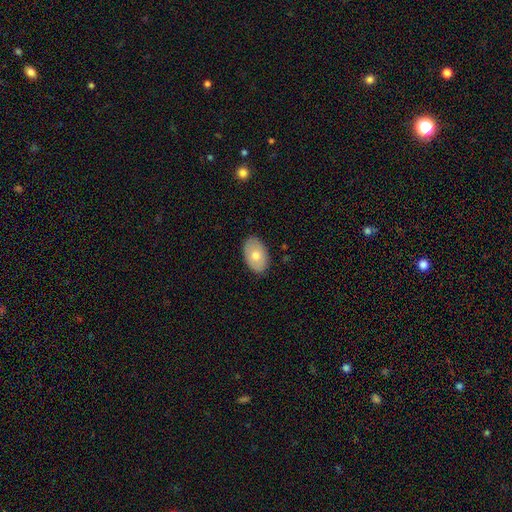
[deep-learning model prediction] A smooth galaxy with no disk features (68%) that is in between round and cigar-shaped (90%). Merging: none (87%).